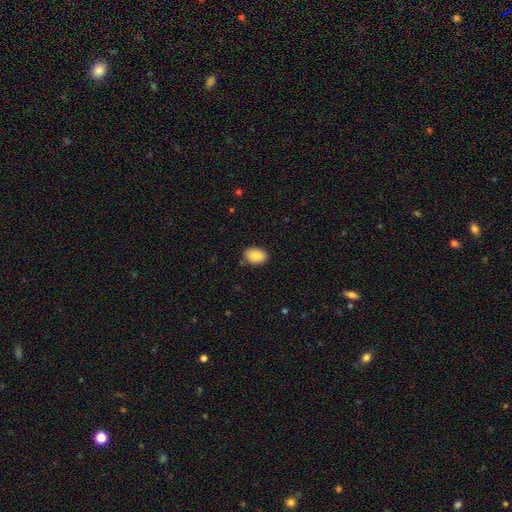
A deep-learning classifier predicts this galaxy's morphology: smooth 87%, star or artifact 7%, featured or disk 6%. Down the decision tree: how rounded — in between (87%); merging — none (84%).